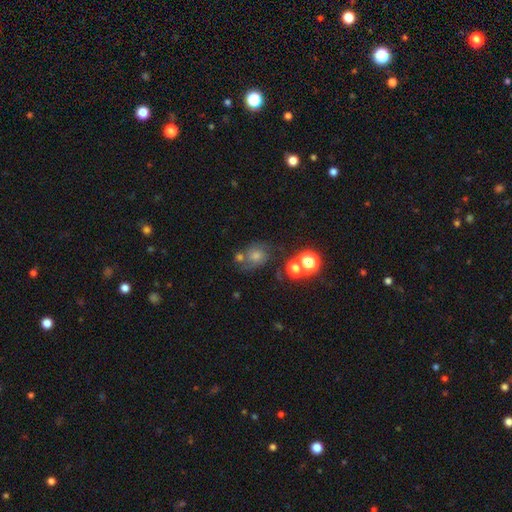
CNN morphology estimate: Q: Smooth or featured?
A: smooth (41%); runner-up: featured or disk (30%)
Q: Merging?
A: none (55%); runner-up: merger (18%)